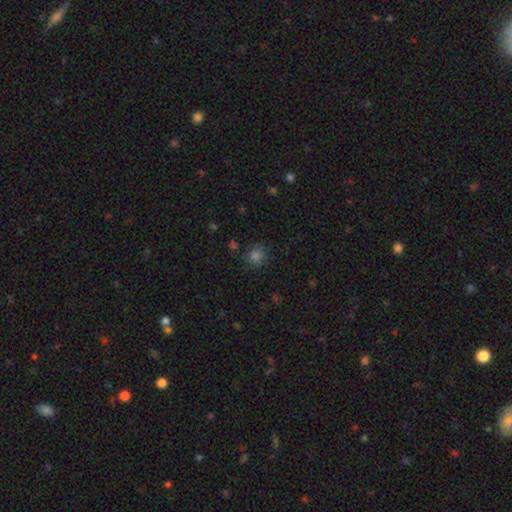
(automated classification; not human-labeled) This appears to be a smooth galaxy with no disk features (74%) that is round (82%). Merging: none (80%).